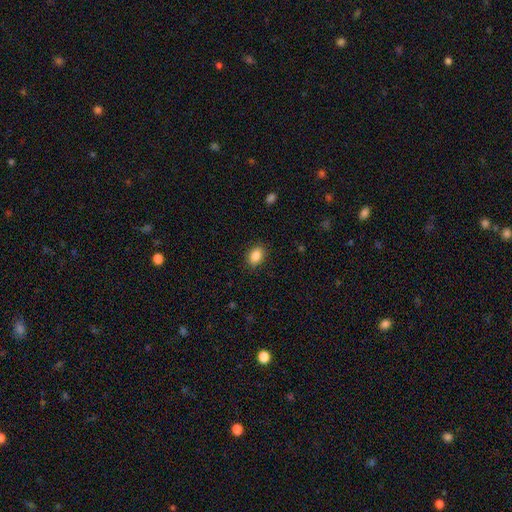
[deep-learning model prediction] Overall: smooth (88%). How rounded: in between (81%). Merging: none (88%).